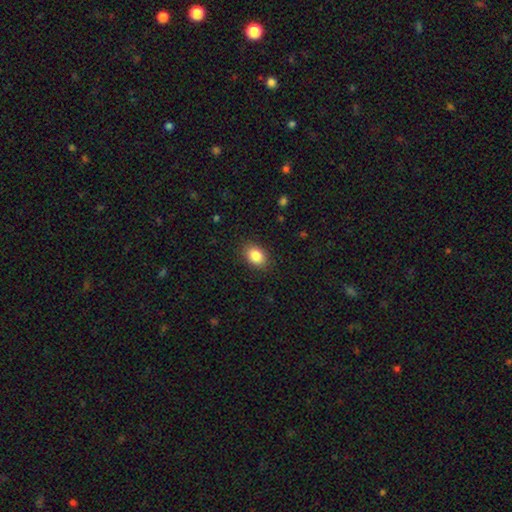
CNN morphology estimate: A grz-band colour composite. It shows a smooth galaxy with no disk features (86%) that is in between round and cigar-shaped (77%). Merging: none (87%).